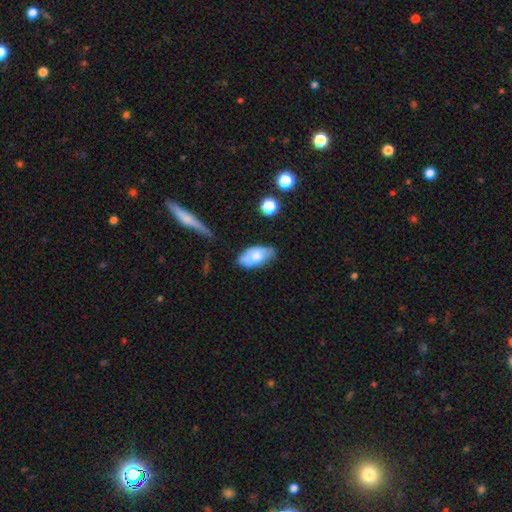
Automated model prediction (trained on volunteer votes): The model was most divided on "merging": none: 56%, minor disturbance: 28%, major disturbance: 9%, merger: 7%. More confident: how rounded — in between (92%); smooth or featured — smooth (60%).